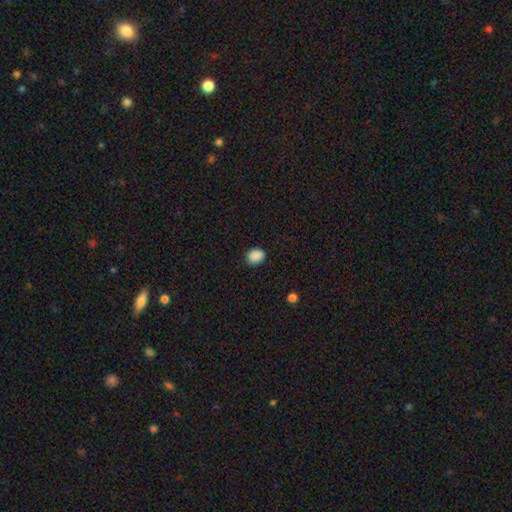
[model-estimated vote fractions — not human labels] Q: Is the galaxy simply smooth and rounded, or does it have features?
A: smooth — 88%.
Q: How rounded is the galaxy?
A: in between — 54%.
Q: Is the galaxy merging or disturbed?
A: none — 85%.